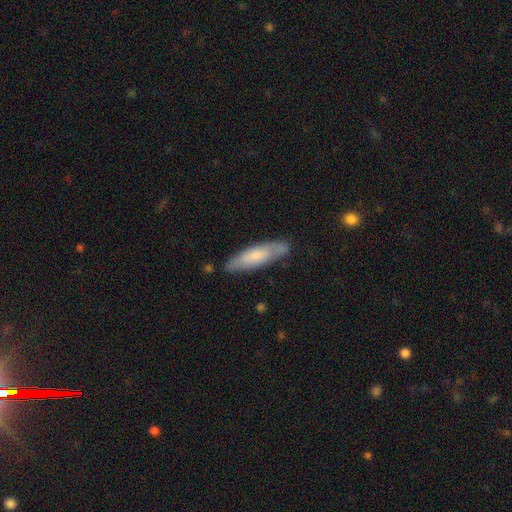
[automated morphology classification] smooth 66%, featured or disk 28%, star or artifact 6%. Down the decision tree: how rounded — cigar-shaped (65%); merging — none (79%).